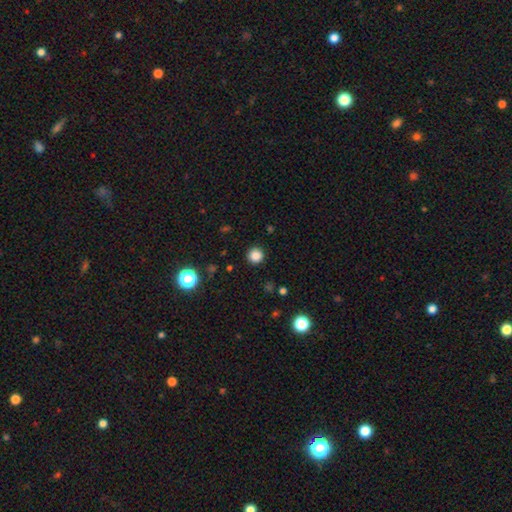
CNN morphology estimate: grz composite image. It shows a smooth galaxy with no disk features (84%) that is round (95%). Merging: none (92%).